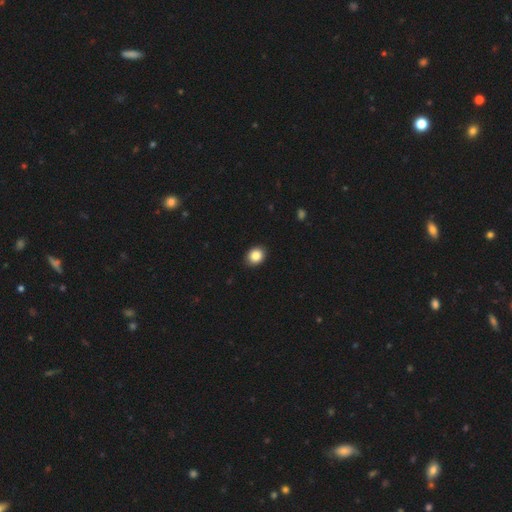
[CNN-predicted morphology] A smooth galaxy with no disk features (87%) that is round (58%). Merging: none (90%).